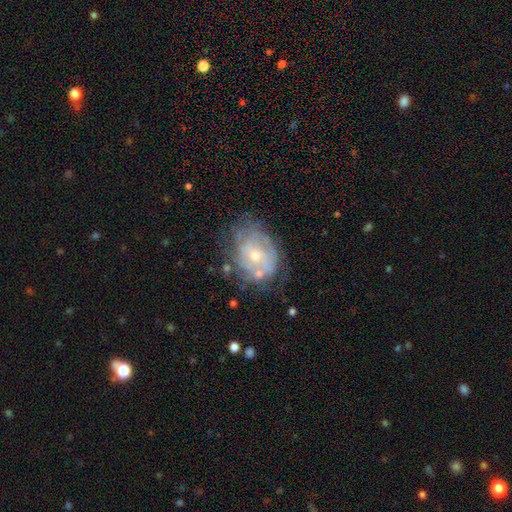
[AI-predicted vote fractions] Smooth or featured: featured or disk — 67% (smooth — 25%)
Edge-on disk: no — 96% (yes — 4%)
Bar: no — 76% (weak — 21%)
Spiral arms: yes — 56% (no — 44%)
Bulge size: small — 54% (moderate — 41%)
Merging: none — 54% (minor disturbance — 26%)